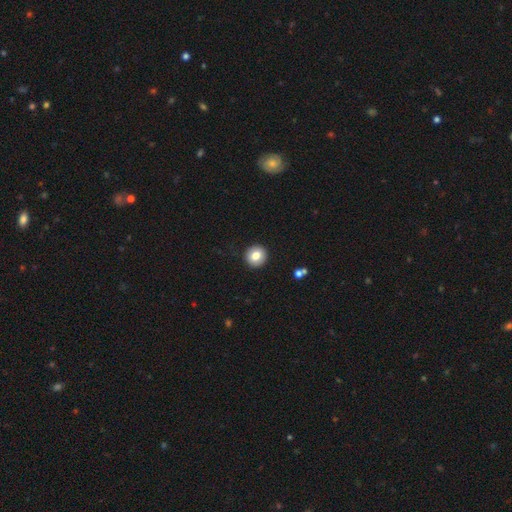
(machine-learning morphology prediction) A smooth galaxy with no disk features (80%) that is round (94%). Merging: none (92%).